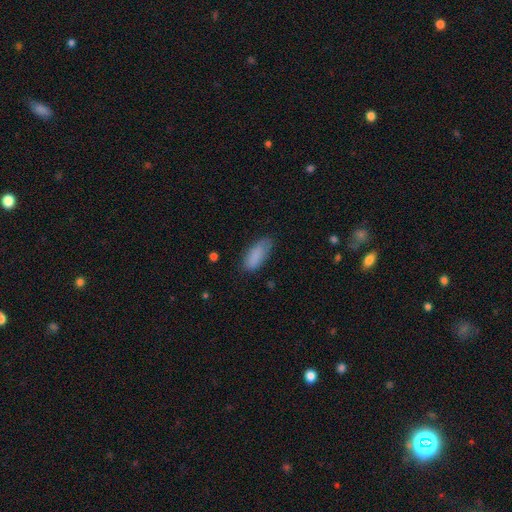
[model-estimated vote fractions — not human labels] Morphology: type=smooth (86%); roundness=in between (82%); merging=none (70%).